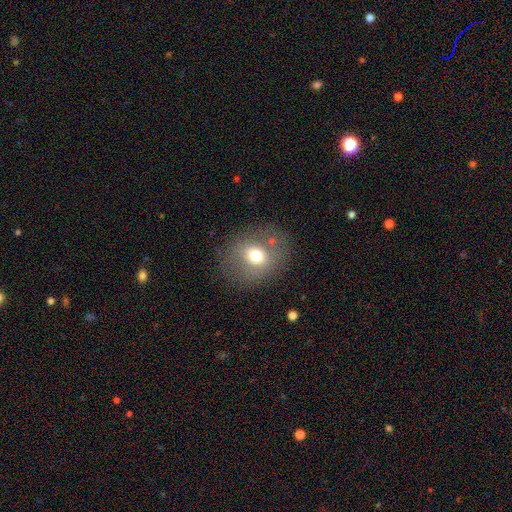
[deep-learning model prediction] Smooth or featured? Predicted: smooth (p=0.63). How rounded? Predicted: round (p=0.64). Merging? Predicted: none (p=0.82).